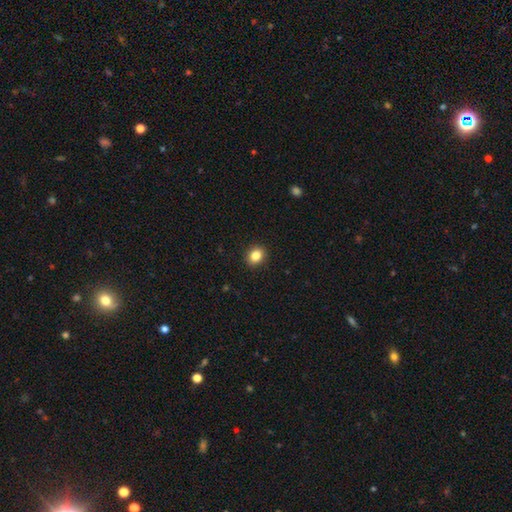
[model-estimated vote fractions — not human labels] smooth_or_featured: smooth (p=0.85) [alt: star or artifact p=0.10]
how_rounded: round (p=0.61) [alt: in between p=0.38]
merging: none (p=0.91) [alt: minor disturbance p=0.06]